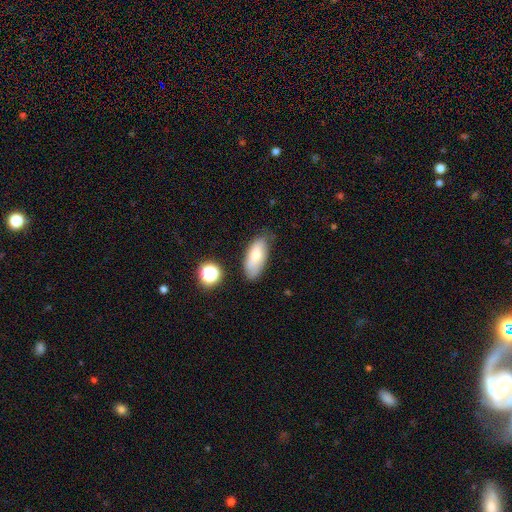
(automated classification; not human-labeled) This is likely a smooth galaxy (75%). How rounded: clearly in between (86%). Merging: likely none (70%).